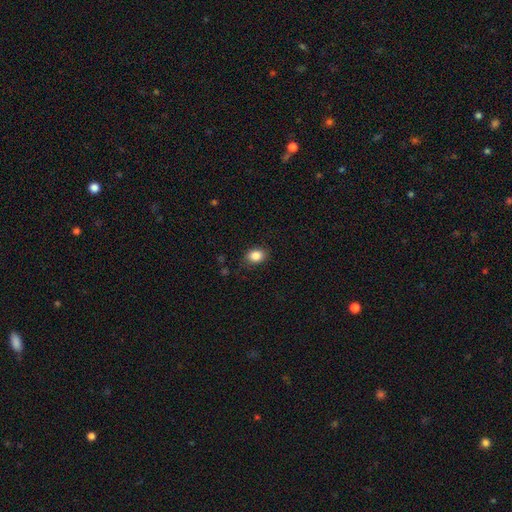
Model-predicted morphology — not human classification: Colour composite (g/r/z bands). It shows a smooth galaxy with no disk features (85%) that is in between round and cigar-shaped (64%). Merging: none (83%).